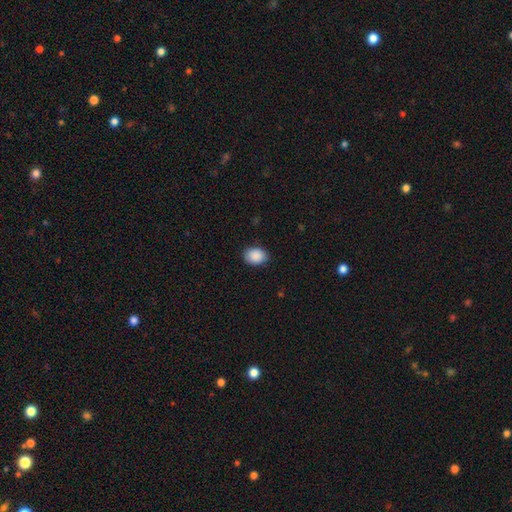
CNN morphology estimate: smooth 90%, star or artifact 7%, featured or disk 3%. Down the decision tree: how rounded — in between (62%); merging — none (86%).